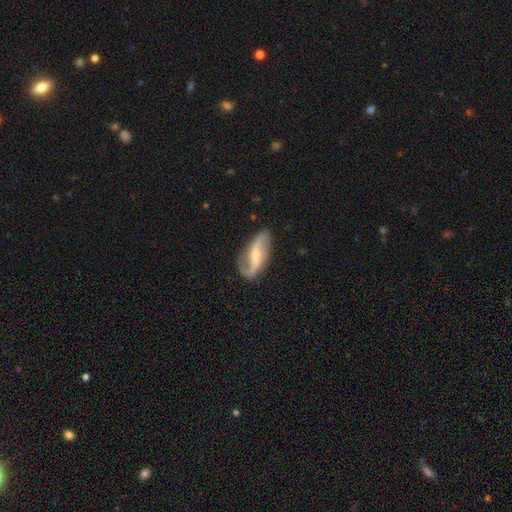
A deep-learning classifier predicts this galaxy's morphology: Smooth or featured? featured or disk (84%)
Edge-on disk? no (94%)
Bar? weak (42%)
Spiral arms? yes (95%)
Spiral winding? loose (69%)
Spiral arm count? 2 (90%)
Bulge size? small (55%)
Merging? none (76%)